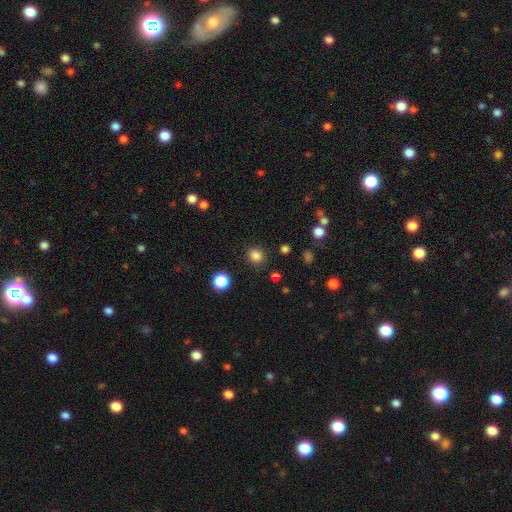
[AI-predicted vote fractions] The model was most divided on "how rounded": round: 84%, in between: 15%, cigar-shaped: 1%. More confident: merging — none (88%); smooth or featured — smooth (83%).